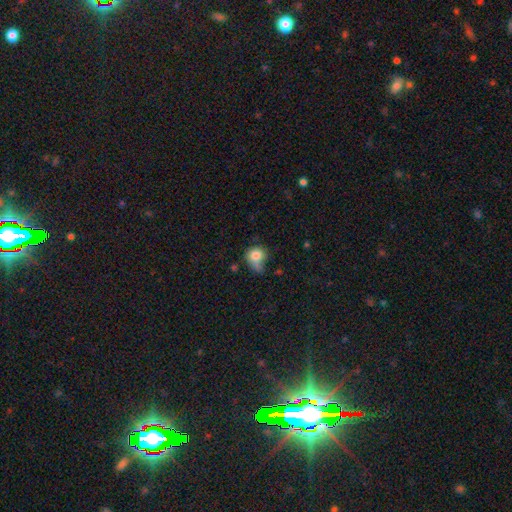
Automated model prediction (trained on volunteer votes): This appears to be a smooth galaxy with no disk features (80%) that is round (73%). Merging: none (38%).